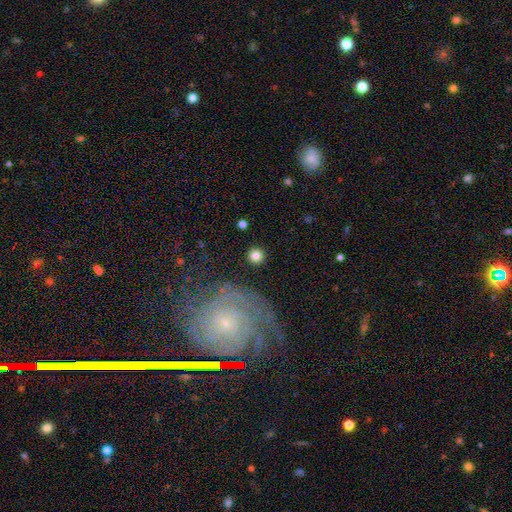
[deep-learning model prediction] Smooth or featured?
  - smooth: 80% *
  - star or artifact: 10%
  - featured or disk: 9%
How rounded?
  - round: 94% *
  - in between: 5%
  - cigar-shaped: 1%
Merging?
  - none: 90% *
  - minor disturbance: 5%
  - major disturbance: 3%
  - merger: 2%